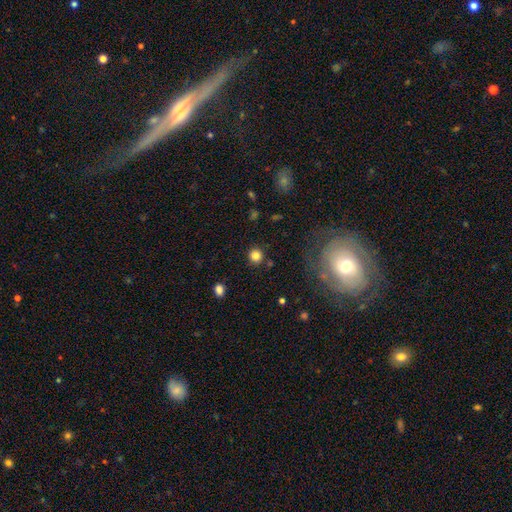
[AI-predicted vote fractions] Smooth or featured? Predicted: smooth (p=0.83). How rounded? Predicted: round (p=0.93). Merging? Predicted: none (p=0.88).